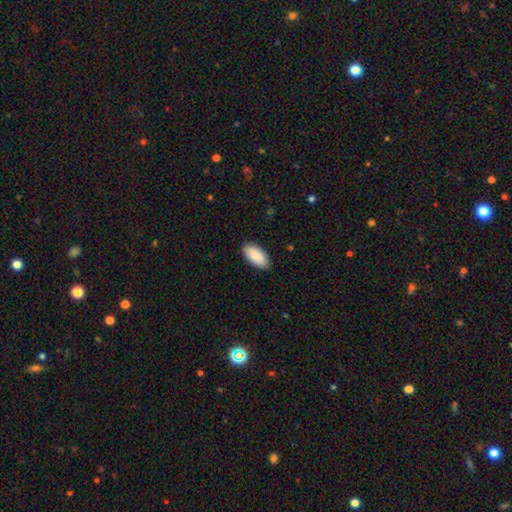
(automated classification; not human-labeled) smooth 90%, star or artifact 6%, featured or disk 4%. Down the decision tree: how rounded — in between (94%); merging — none (88%).